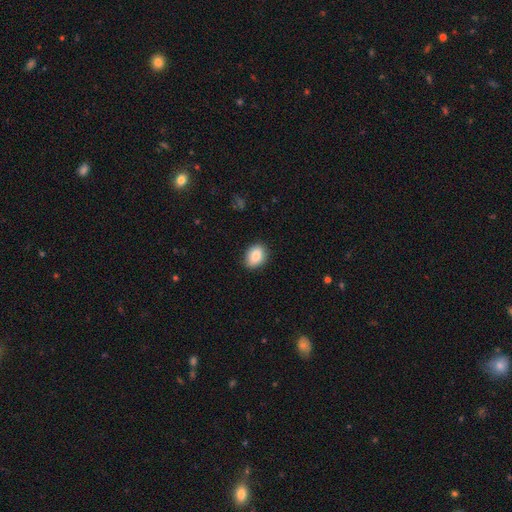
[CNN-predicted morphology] smooth 86%, star or artifact 7%, featured or disk 6%. Down the decision tree: how rounded — in between (72%); merging — none (85%).